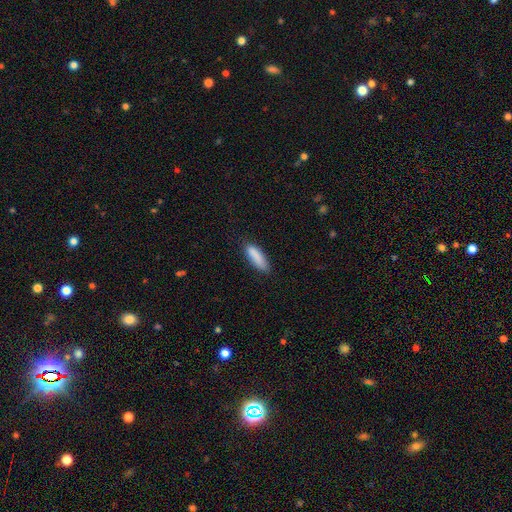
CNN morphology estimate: Smooth or featured? Predicted: smooth (p=0.88). How rounded? Predicted: cigar-shaped (p=0.52). Merging? Predicted: none (p=0.78).